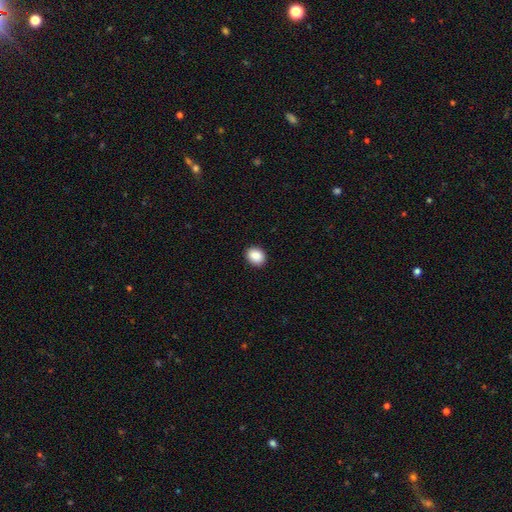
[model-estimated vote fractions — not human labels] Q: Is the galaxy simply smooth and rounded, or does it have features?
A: smooth — 89%.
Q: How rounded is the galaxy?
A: round — 52%.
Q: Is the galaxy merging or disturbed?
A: none — 91%.